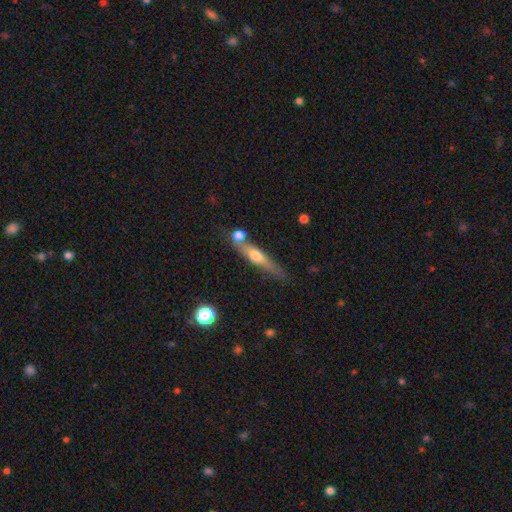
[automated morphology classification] Smooth or featured?
  - featured or disk: 50% *
  - smooth: 43%
  - star or artifact: 7%
Edge-on disk?
  - yes: 86% *
  - no: 14%
Merging?
  - none: 54% *
  - merger: 25%
  - minor disturbance: 15%
  - major disturbance: 5%